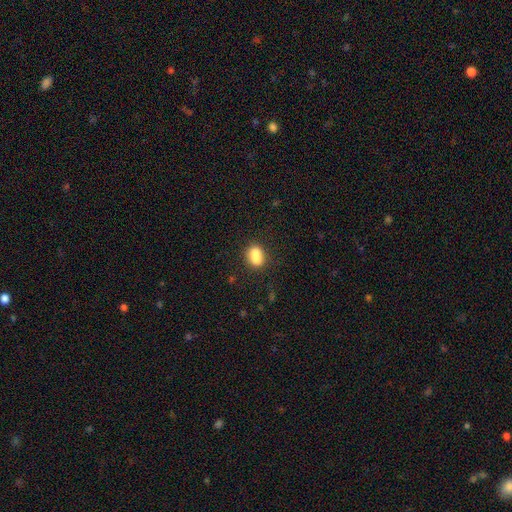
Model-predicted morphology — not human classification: A smooth galaxy with no disk features (78%) that is in between round and cigar-shaped (61%).

Vote fractions:
- Smooth or featured? smooth: 78% / featured or disk: 12% / star or artifact: 10%
- How rounded? in between: 61% / round: 36% / cigar-shaped: 3%
- Merging? none: 50% / merger: 31% / minor disturbance: 14% / major disturbance: 5%